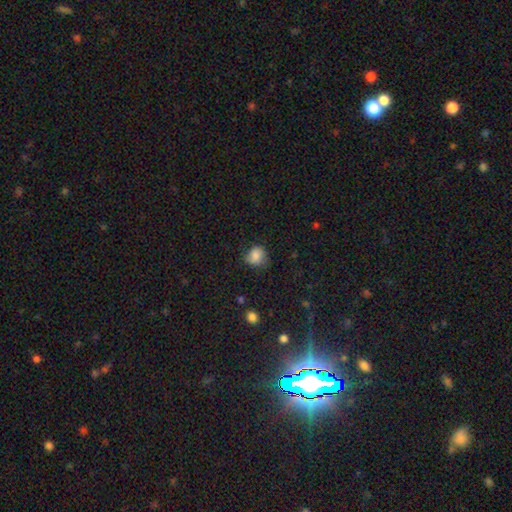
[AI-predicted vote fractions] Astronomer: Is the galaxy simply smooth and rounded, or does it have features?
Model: smooth — 78%.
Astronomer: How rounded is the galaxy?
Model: round — 69%.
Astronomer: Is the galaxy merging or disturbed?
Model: none — 64%.